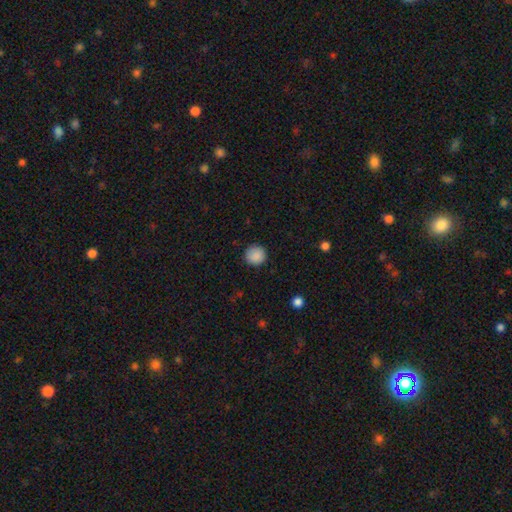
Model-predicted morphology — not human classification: type=smooth (88%); roundness=round (93%); merging=none (89%).